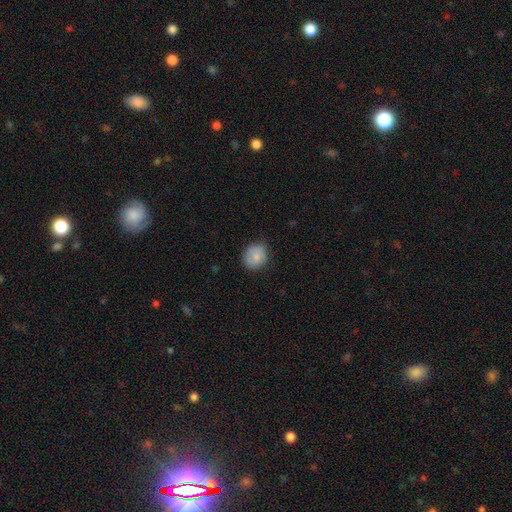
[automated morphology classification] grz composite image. It shows a smooth galaxy with no disk features (79%) that is round (65%). Merging: none (76%).